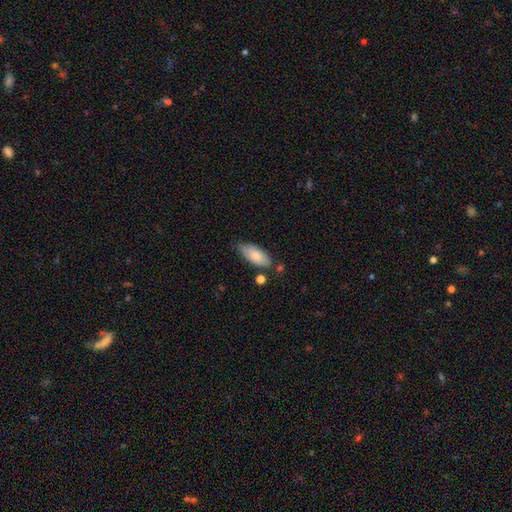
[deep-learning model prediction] Q: Smooth or featured?
A: smooth (79%); runner-up: featured or disk (15%)
Q: How rounded?
A: in between (86%); runner-up: cigar-shaped (12%)
Q: Merging?
A: none (68%); runner-up: minor disturbance (23%)